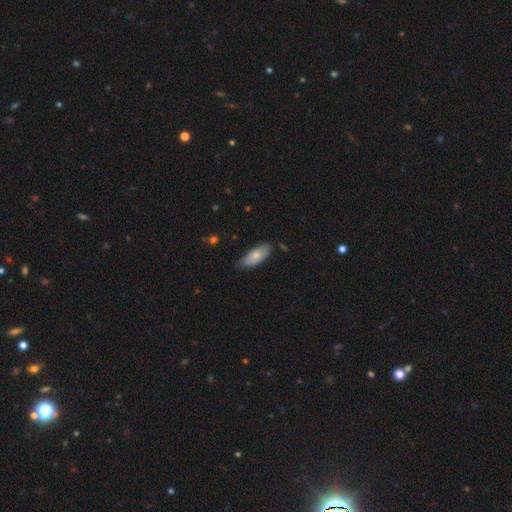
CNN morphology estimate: type=smooth (73%); roundness=in between (84%); merging=none (67%).